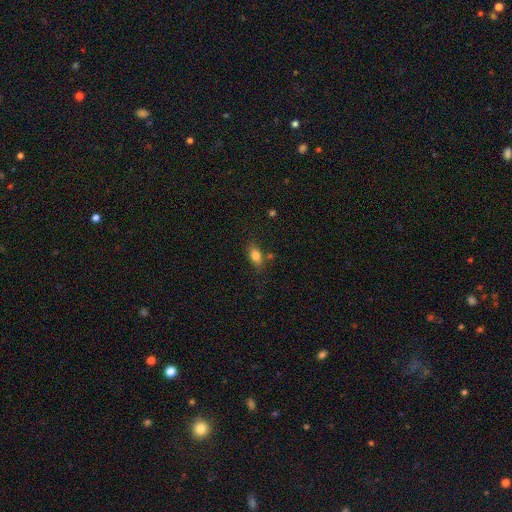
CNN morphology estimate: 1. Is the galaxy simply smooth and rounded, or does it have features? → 79% smooth, 12% featured or disk, 9% star or artifact.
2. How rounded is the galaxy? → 81% in between, 11% round, 8% cigar-shaped.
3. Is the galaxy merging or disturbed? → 72% none, 17% minor disturbance, 7% merger, 4% major disturbance.